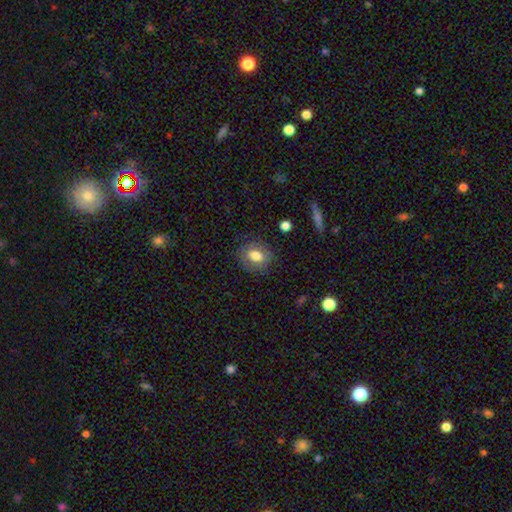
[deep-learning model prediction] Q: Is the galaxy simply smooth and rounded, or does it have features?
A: smooth — 77%.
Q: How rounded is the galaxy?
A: round — 52%.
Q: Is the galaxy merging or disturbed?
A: none — 82%.